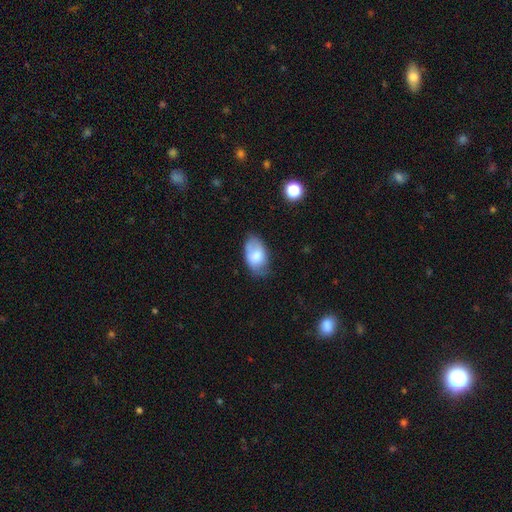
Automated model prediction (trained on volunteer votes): smooth_or_featured: smooth (p=0.73) [alt: featured or disk p=0.20]
how_rounded: in between (p=0.91) [alt: round p=0.07]
merging: none (p=0.58) [alt: minor disturbance p=0.32]